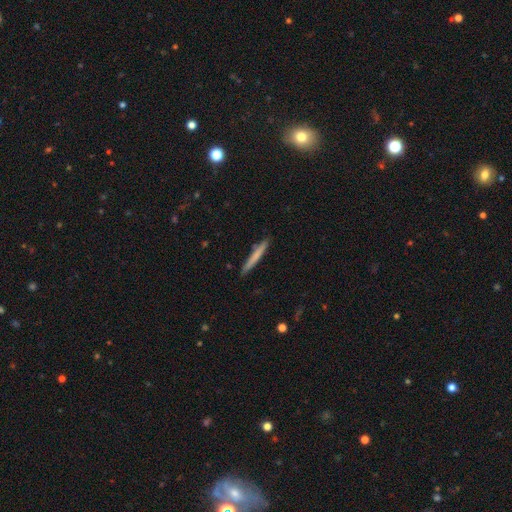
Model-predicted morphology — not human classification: Overall: smooth (67%; featured or disk 28%). How rounded: cigar-shaped (97%). Merging: none (89%).